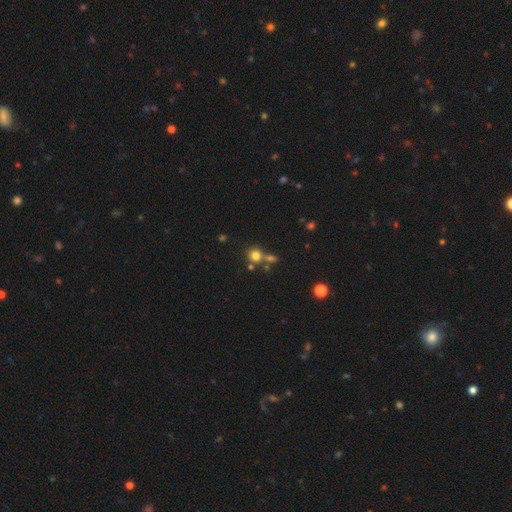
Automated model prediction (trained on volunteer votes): Q: Smooth or featured?
A: smooth (76%); runner-up: star or artifact (16%)
Q: How rounded?
A: round (88%); runner-up: in between (11%)
Q: Merging?
A: none (61%); runner-up: merger (25%)